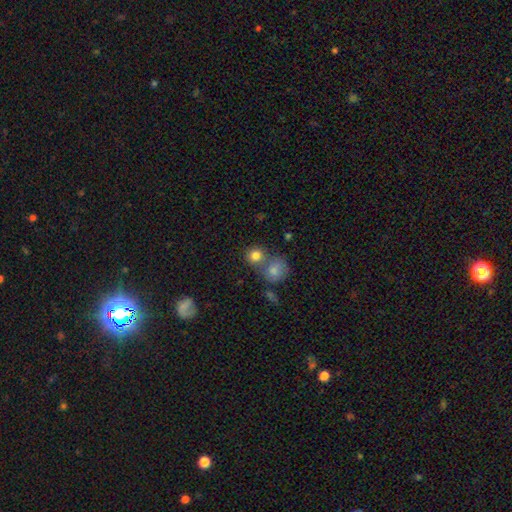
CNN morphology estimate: A smooth galaxy with no disk features (81%) that is round (83%).

Vote fractions:
- Smooth or featured? smooth: 81% / star or artifact: 11% / featured or disk: 9%
- How rounded? round: 83% / in between: 16% / cigar-shaped: 1%
- Merging? none: 49% / merger: 40% / minor disturbance: 8% / major disturbance: 4%